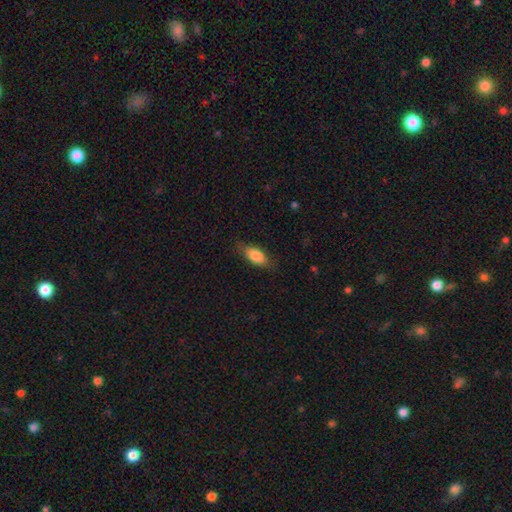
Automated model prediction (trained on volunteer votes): Smooth or featured? smooth (80%)
How rounded? in between (86%)
Merging? none (75%)